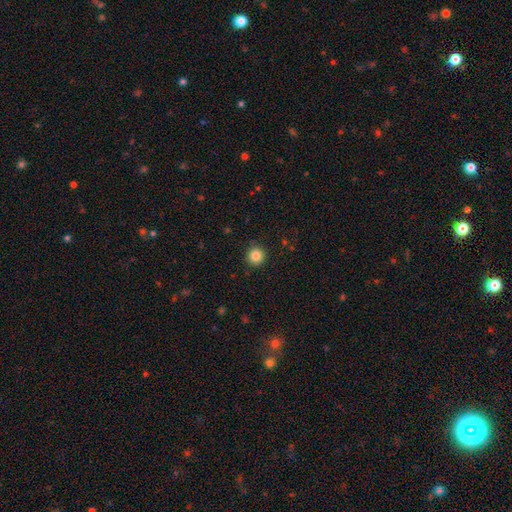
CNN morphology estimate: Q: Smooth or featured?
A: smooth (85%); runner-up: star or artifact (11%)
Q: How rounded?
A: round (94%); runner-up: in between (5%)
Q: Merging?
A: none (91%); runner-up: minor disturbance (6%)